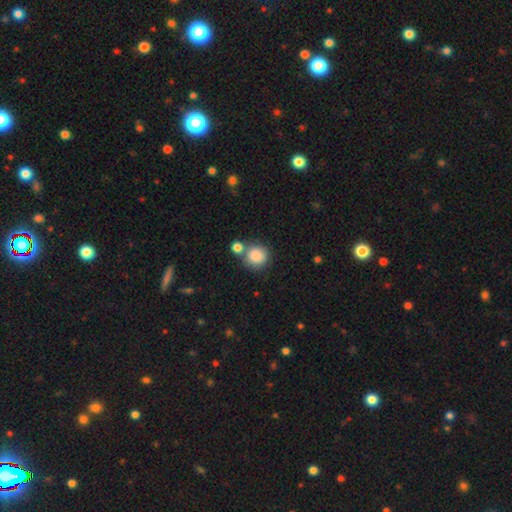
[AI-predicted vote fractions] smooth-or-featured: smooth: 86% | star or artifact: 9% | featured or disk: 5%
  how-rounded: round: 90% | in between: 9% | cigar-shaped: 1%
  merging: none: 61% | merger: 26% | minor disturbance: 10% | major disturbance: 4%